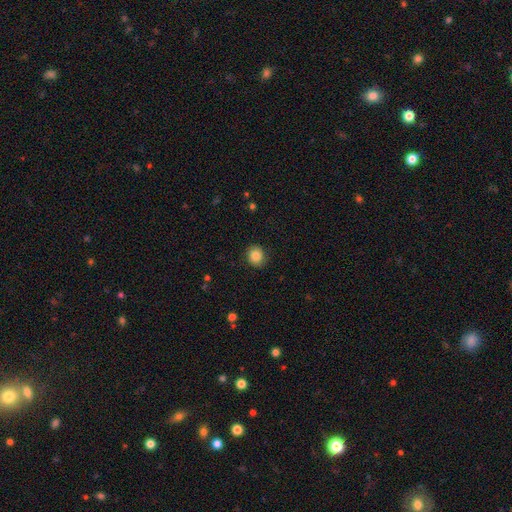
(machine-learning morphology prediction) The model was most divided on "how rounded": round: 77%, in between: 22%, cigar-shaped: 1%. More confident: merging — none (88%); smooth or featured — smooth (84%).